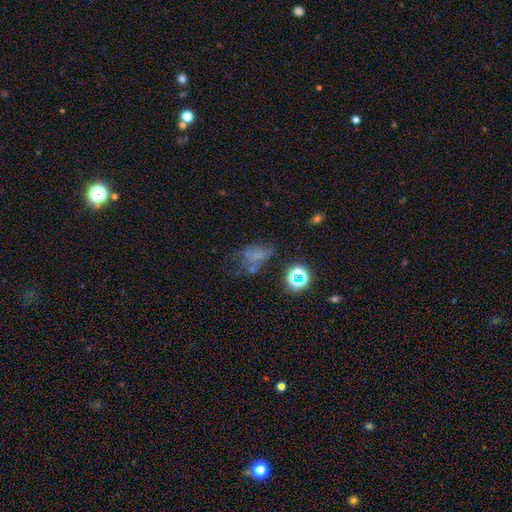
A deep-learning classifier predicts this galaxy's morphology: Smooth or featured? smooth (42%)
Merging? none (36%)